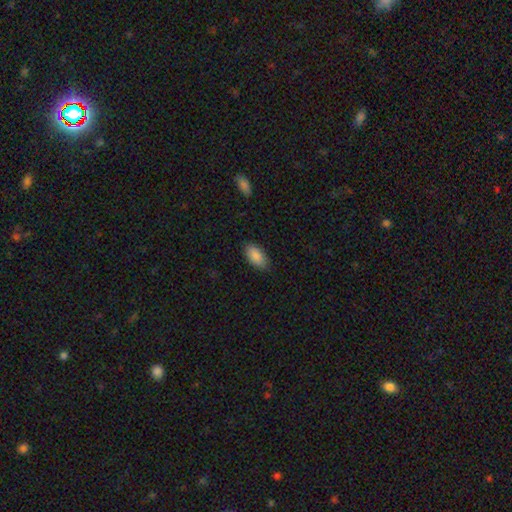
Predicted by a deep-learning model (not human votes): smooth 89%, star or artifact 6%, featured or disk 5%. Down the decision tree: how rounded — in between (93%); merging — none (85%).